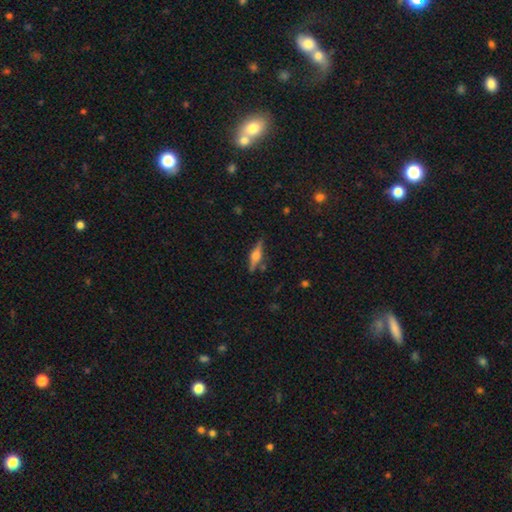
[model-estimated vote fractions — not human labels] Q: Smooth or featured?
A: featured or disk (68%); runner-up: smooth (25%)
Q: Edge-on disk?
A: yes (97%); runner-up: no (3%)
Q: Edge-on bulge?
A: rounded (87%); runner-up: boxy (11%)
Q: Merging?
A: none (83%); runner-up: minor disturbance (11%)